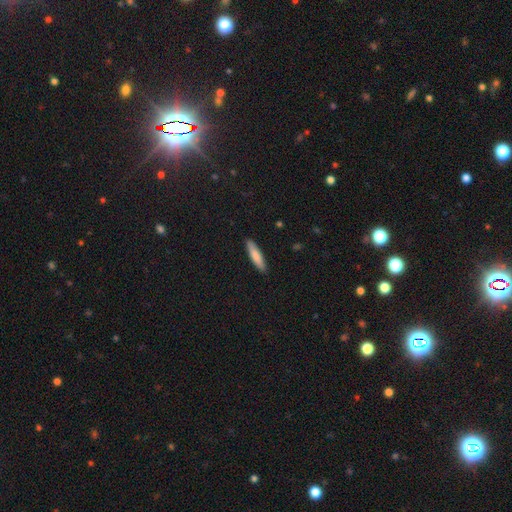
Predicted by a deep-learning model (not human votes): Smooth or featured: smooth — 82% (featured or disk — 12%)
How rounded: cigar-shaped — 81% (in between — 18%)
Merging: none — 90% (minor disturbance — 7%)